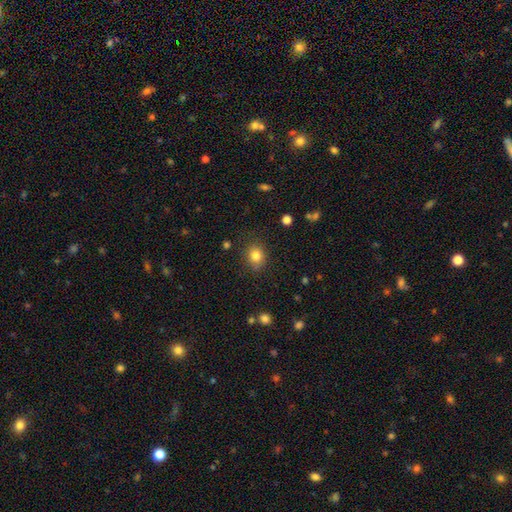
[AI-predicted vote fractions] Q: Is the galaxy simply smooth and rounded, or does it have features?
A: smooth — 82%.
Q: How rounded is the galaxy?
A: round — 71%.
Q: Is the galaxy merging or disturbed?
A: none — 82%.